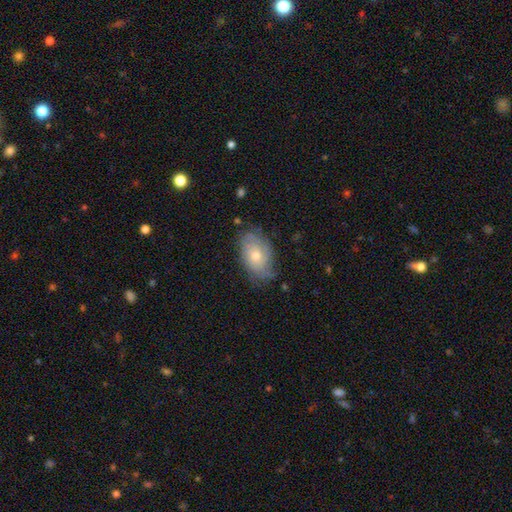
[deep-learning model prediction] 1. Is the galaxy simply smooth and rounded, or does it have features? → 48% smooth, 44% featured or disk, 8% star or artifact.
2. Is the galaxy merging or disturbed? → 67% none, 25% minor disturbance, 6% major disturbance, 2% merger.